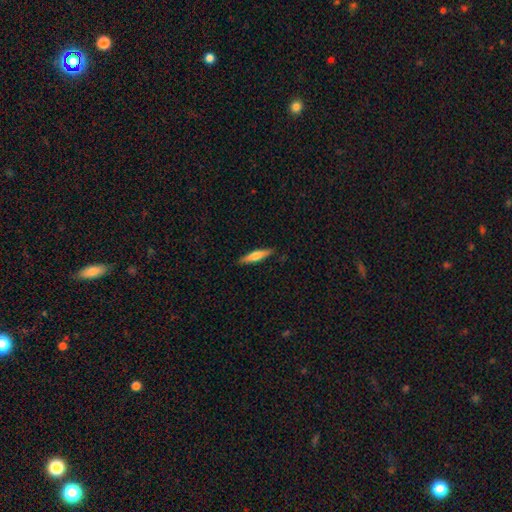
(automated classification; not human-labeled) This is likely a smooth galaxy (60%). How rounded: clearly cigar-shaped (84%). Merging: clearly none (88%).